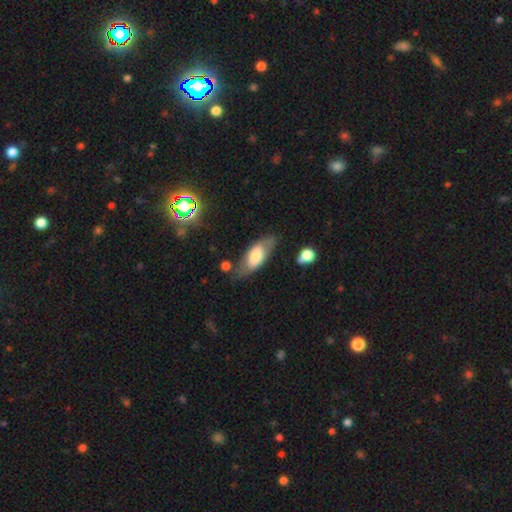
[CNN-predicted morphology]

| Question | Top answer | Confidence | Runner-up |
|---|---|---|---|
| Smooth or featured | smooth | 62% | featured or disk (32%) |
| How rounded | in between | 82% | cigar-shaped (16%) |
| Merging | none | 64% | minor disturbance (22%) |